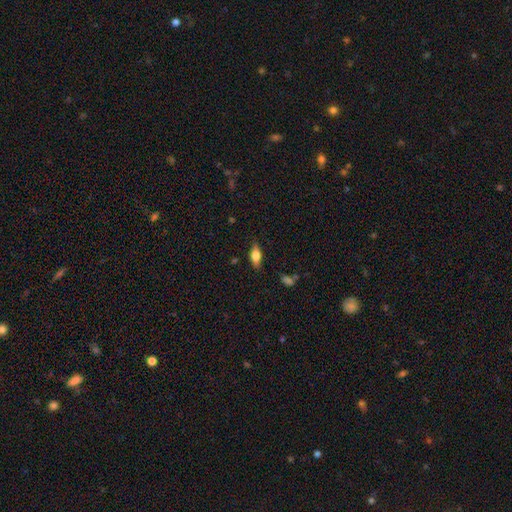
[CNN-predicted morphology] Q: Smooth or featured?
A: smooth (59%); runner-up: featured or disk (33%)
Q: How rounded?
A: in between (74%); runner-up: cigar-shaped (22%)
Q: Merging?
A: none (82%); runner-up: minor disturbance (14%)